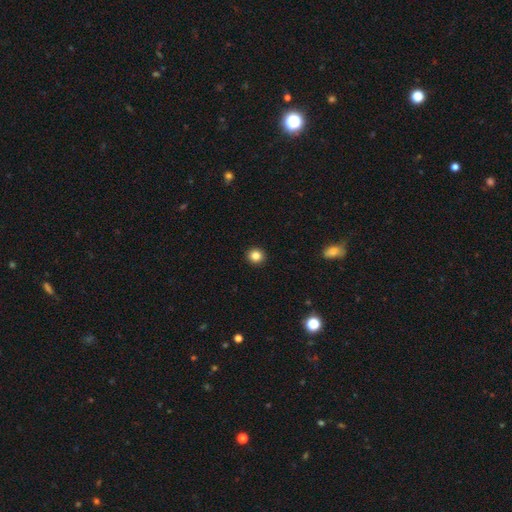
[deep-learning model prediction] Smooth or featured?
  - smooth: 85% *
  - star or artifact: 11%
  - featured or disk: 5%
How rounded?
  - round: 90% *
  - in between: 9%
  - cigar-shaped: 1%
Merging?
  - none: 93% *
  - minor disturbance: 4%
  - major disturbance: 1%
  - merger: 1%